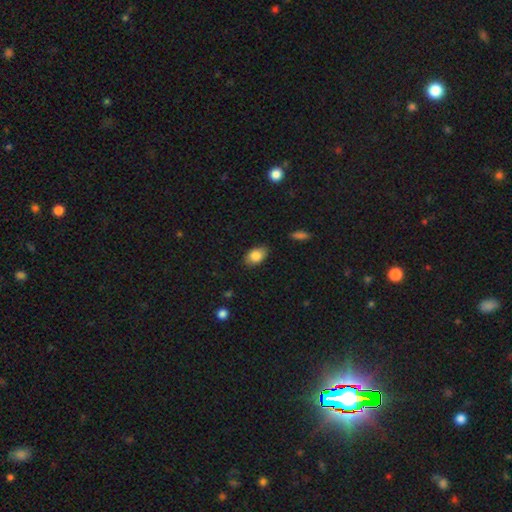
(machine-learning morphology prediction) Smooth or featured?
  - smooth: 85% *
  - star or artifact: 8%
  - featured or disk: 7%
How rounded?
  - in between: 88% *
  - round: 11%
  - cigar-shaped: 2%
Merging?
  - none: 81% *
  - minor disturbance: 14%
  - major disturbance: 3%
  - merger: 1%